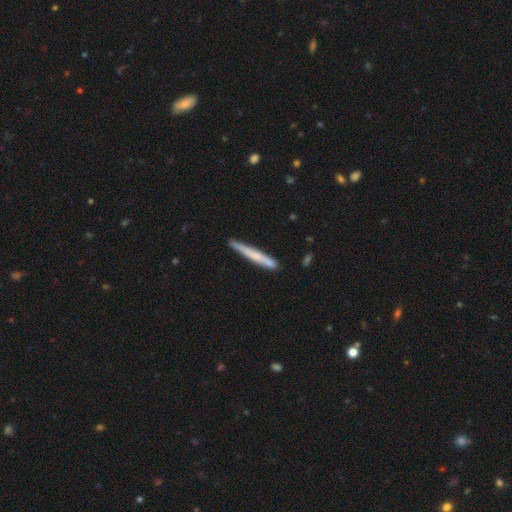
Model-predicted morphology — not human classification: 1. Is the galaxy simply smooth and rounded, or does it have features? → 58% smooth, 37% featured or disk, 6% star or artifact.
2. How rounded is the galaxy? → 97% cigar-shaped, 2% in between, 1% round.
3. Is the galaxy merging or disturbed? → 87% none, 10% minor disturbance, 2% merger, 2% major disturbance.